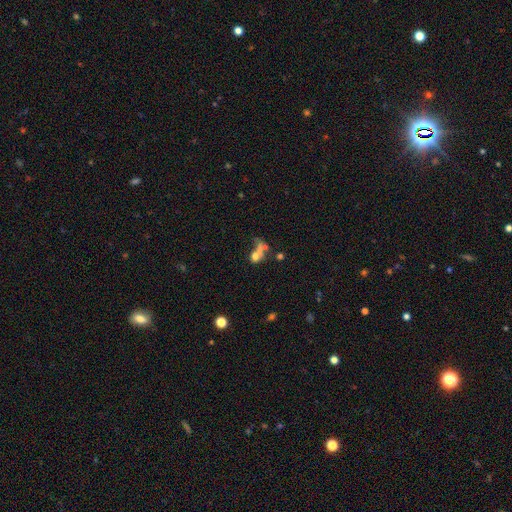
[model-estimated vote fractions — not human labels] This is possibly a smooth galaxy (55%). How rounded: possibly in between (50%). Merging: marginally merger (43%).